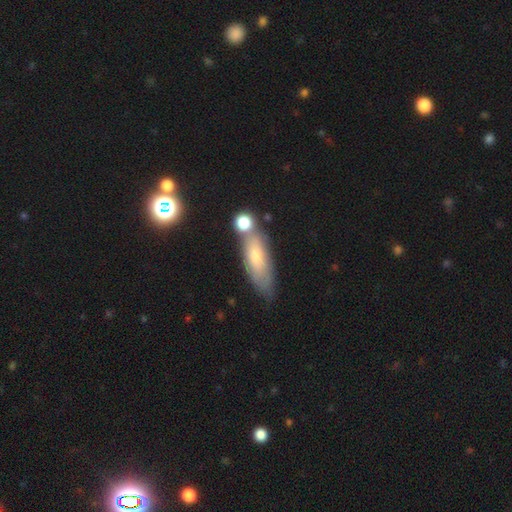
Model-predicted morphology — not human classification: The model was most divided on "how rounded": in between: 56%, cigar-shaped: 41%, round: 3%. More confident: smooth or featured — smooth (63%); merging — none (57%).